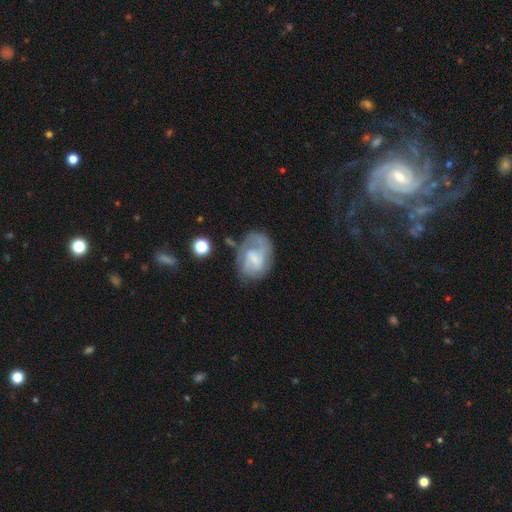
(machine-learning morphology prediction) The model was most divided on "bulge size": moderate: 37%, small: 28%, none: 20%, large: 12%, dominant: 2%. More confident: edge-on disk — no (95%); spiral arms — yes (71%); bar — no (61%); smooth or featured — featured or disk (53%); merging — none (52%).